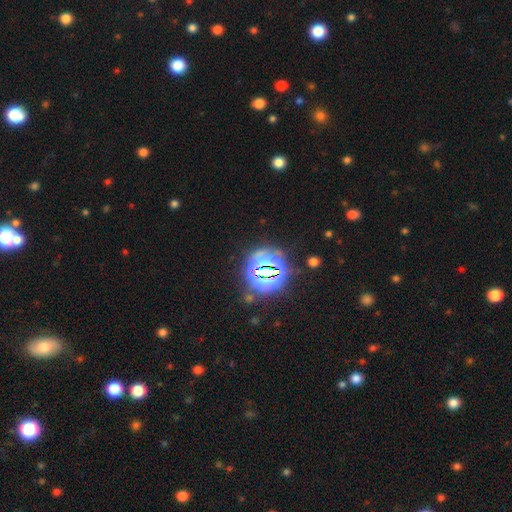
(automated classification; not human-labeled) This is clearly a star or artifact rather than a galaxy (82%).